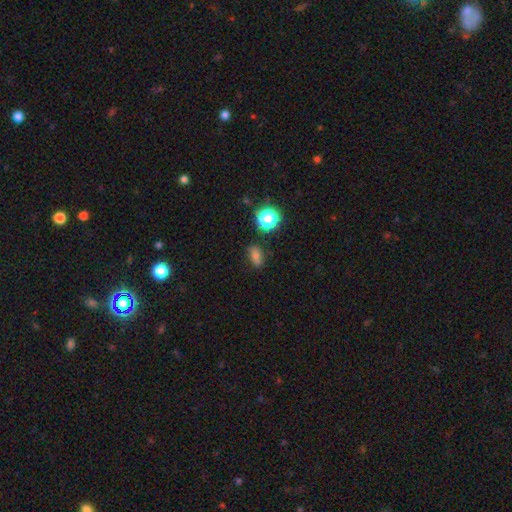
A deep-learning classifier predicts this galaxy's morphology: Overall: smooth (68%). How rounded: in between (73%). Merging: none (75%).